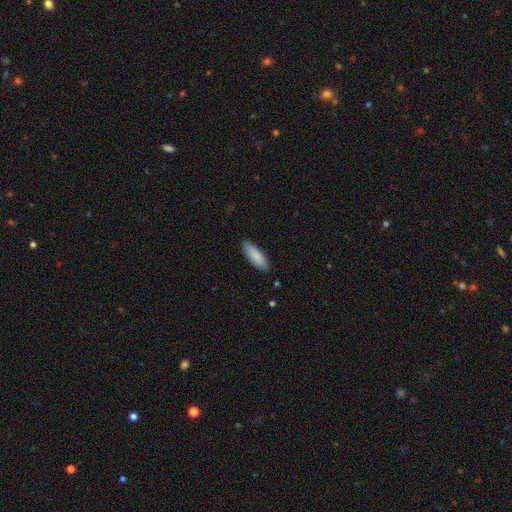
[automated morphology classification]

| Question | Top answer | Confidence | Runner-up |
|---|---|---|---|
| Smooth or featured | smooth | 84% | featured or disk (10%) |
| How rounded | in between | 61% | cigar-shaped (38%) |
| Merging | none | 87% | minor disturbance (10%) |